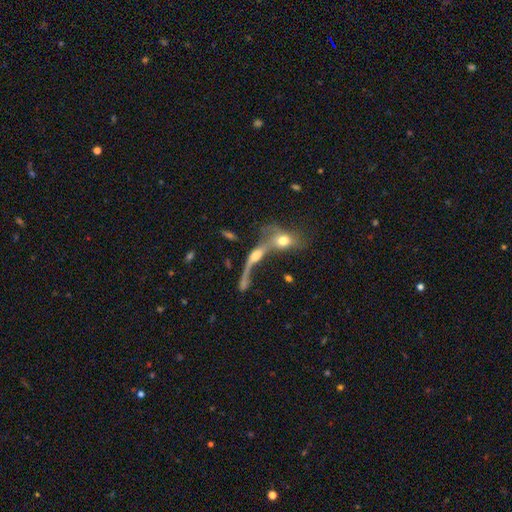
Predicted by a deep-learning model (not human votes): featured or disk 57%, smooth 29%, star or artifact 14%. Down the decision tree: edge-on disk — no (65%); merging — merger (68%).